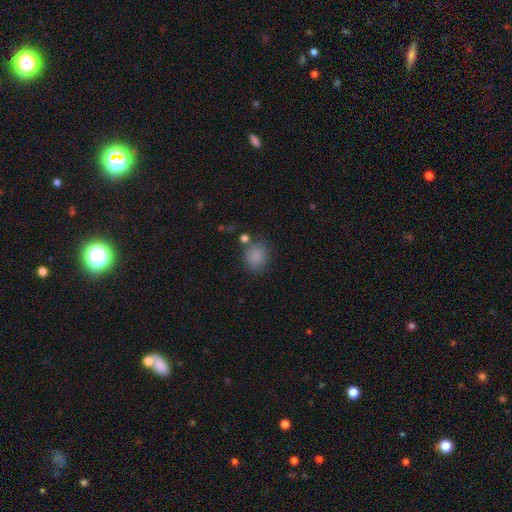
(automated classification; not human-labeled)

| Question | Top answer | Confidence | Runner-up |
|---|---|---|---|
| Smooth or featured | smooth | 84% | star or artifact (11%) |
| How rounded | round | 75% | in between (24%) |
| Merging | none | 75% | minor disturbance (13%) |